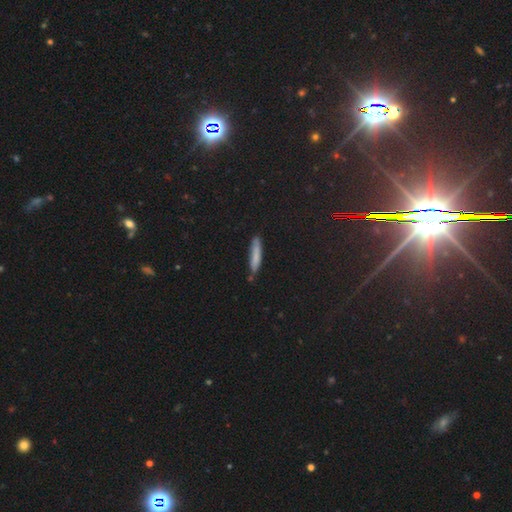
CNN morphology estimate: smooth_or_featured: smooth (p=0.74) [alt: featured or disk p=0.16]
how_rounded: cigar-shaped (p=0.86) [alt: in between p=0.12]
merging: none (p=0.70) [alt: minor disturbance p=0.21]